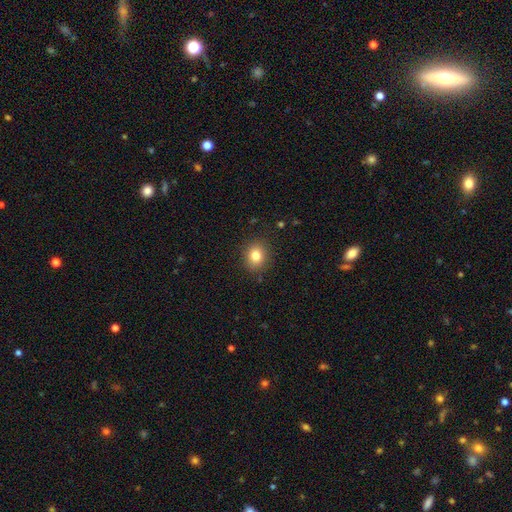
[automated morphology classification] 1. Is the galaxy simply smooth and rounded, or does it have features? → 81% smooth, 12% star or artifact, 8% featured or disk.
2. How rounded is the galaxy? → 74% round, 25% in between, 1% cigar-shaped.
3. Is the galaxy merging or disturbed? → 88% none, 8% minor disturbance, 3% major disturbance, 1% merger.